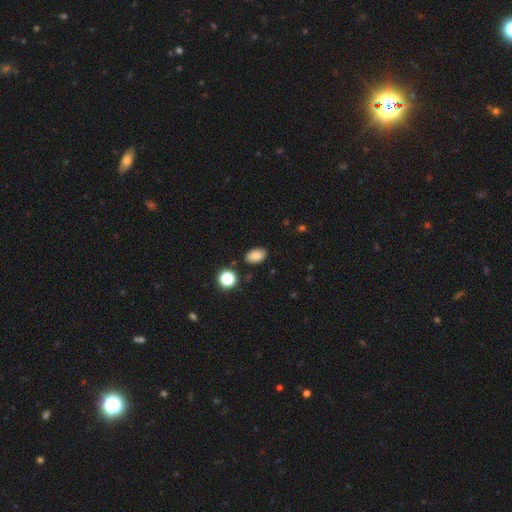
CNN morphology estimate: The model was most divided on "smooth or featured": smooth: 82%, star or artifact: 11%, featured or disk: 7%. More confident: how rounded — in between (88%); merging — none (85%).